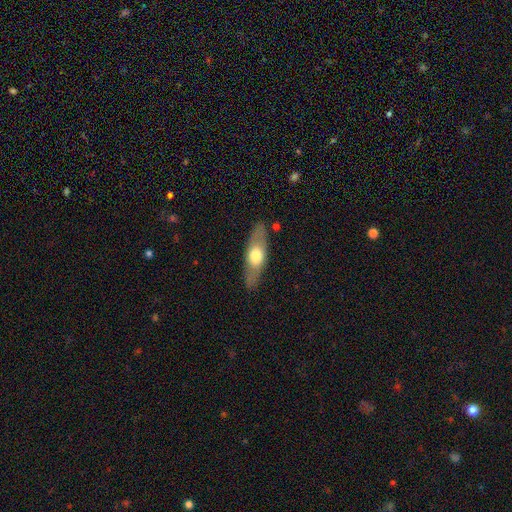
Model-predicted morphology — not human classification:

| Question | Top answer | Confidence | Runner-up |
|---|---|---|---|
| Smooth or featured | smooth | 52% | featured or disk (42%) |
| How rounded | in between | 53% | cigar-shaped (43%) |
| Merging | none | 84% | minor disturbance (11%) |